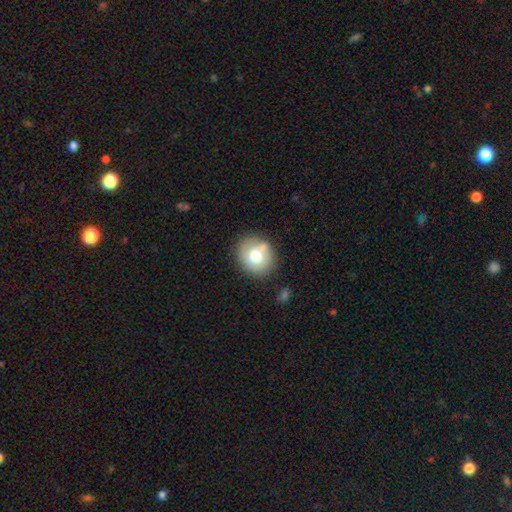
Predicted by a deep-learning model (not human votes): This appears to be a smooth galaxy with no disk features (72%) that is round (80%). Merging: none (70%).